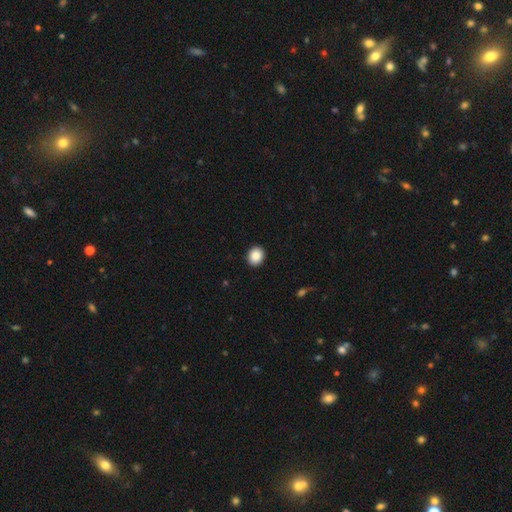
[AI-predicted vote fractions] A smooth galaxy with no disk features (88%) that is round (66%).

Vote fractions:
- Smooth or featured? smooth: 88% / star or artifact: 8% / featured or disk: 4%
- How rounded? round: 66% / in between: 33% / cigar-shaped: 1%
- Merging? none: 92% / minor disturbance: 5% / major disturbance: 2% / merger: 1%